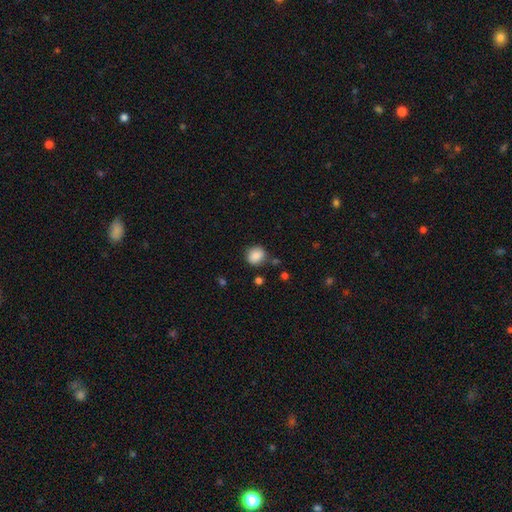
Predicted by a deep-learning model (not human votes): Q: Smooth or featured?
A: smooth (87%); runner-up: star or artifact (9%)
Q: How rounded?
A: round (77%); runner-up: in between (22%)
Q: Merging?
A: none (81%); runner-up: minor disturbance (12%)